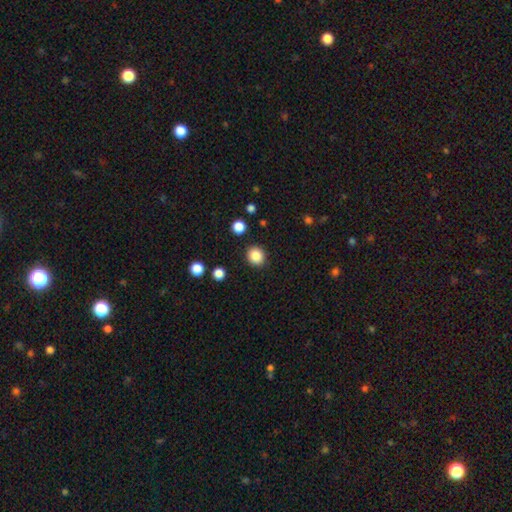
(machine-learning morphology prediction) Overall: smooth (86%). How rounded: round (76%). Merging: none (89%).